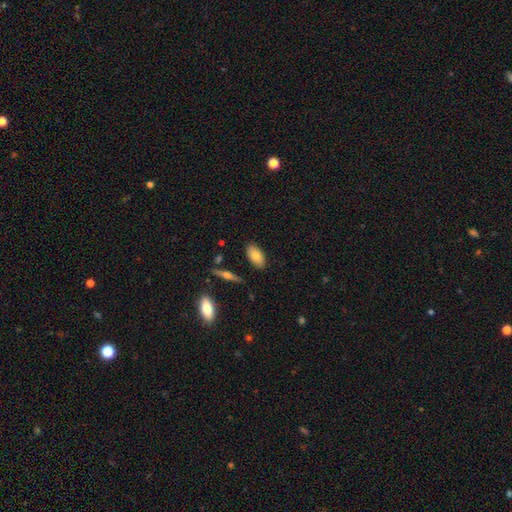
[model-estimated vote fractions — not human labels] smooth-or-featured: smooth: 78% | featured or disk: 15% | star or artifact: 7%
  how-rounded: in between: 93% | round: 4% | cigar-shaped: 4%
  merging: none: 85% | minor disturbance: 11% | major disturbance: 2% | merger: 2%